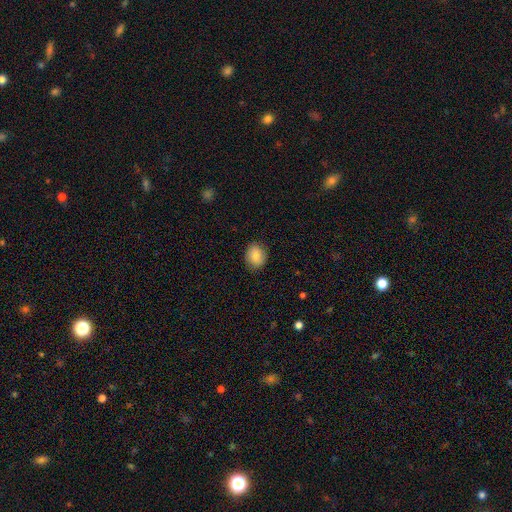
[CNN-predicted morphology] This appears to be a smooth galaxy with no disk features (80%) that is round (55%). Merging: none (85%).